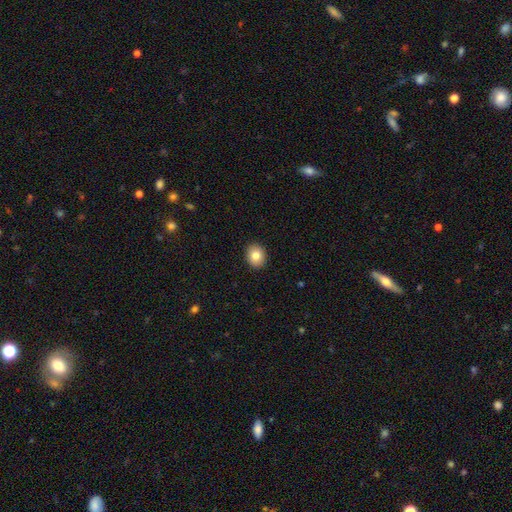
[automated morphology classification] type=smooth (83%); roundness=round (58%); merging=none (92%).